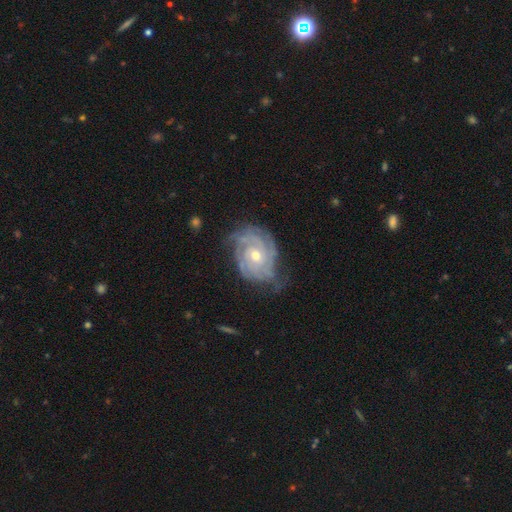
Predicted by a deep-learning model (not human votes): Smooth or featured: featured or disk — 88% (smooth — 7%)
Edge-on disk: no — 97% (yes — 3%)
Bar: no — 75% (weak — 20%)
Spiral arms: yes — 96% (no — 4%)
Spiral winding: tight — 74% (medium — 21%)
Spiral arm count: can't tell — 28% (3 — 26%)
Bulge size: moderate — 57% (small — 39%)
Merging: none — 64% (minor disturbance — 24%)